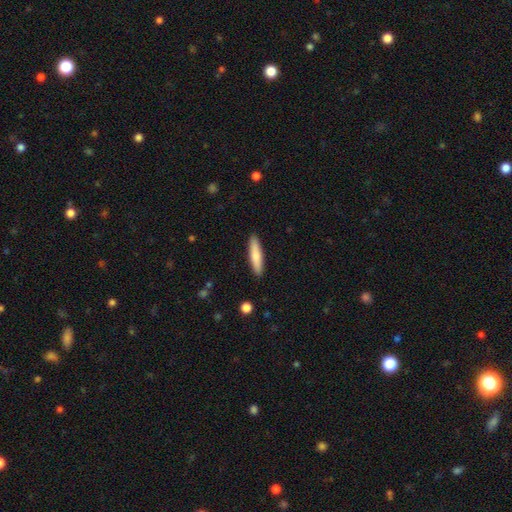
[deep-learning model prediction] smooth 76%, featured or disk 18%, star or artifact 5%. Down the decision tree: how rounded — cigar-shaped (82%); merging — none (91%).